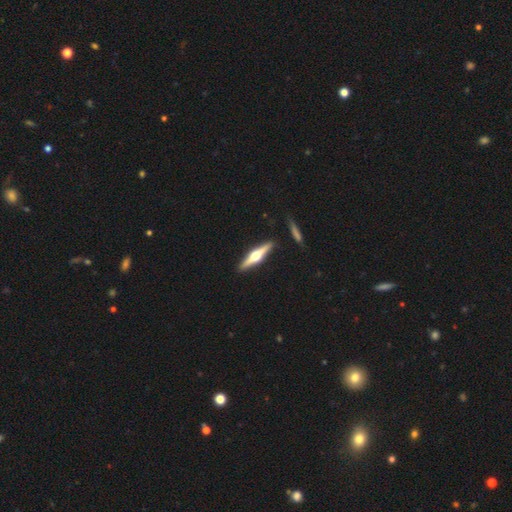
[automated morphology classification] Smooth or featured? Predicted: featured or disk (p=0.75). Edge-on disk? Predicted: yes (p=0.98). Edge-on bulge? Predicted: rounded (p=0.96). Merging? Predicted: none (p=0.89).